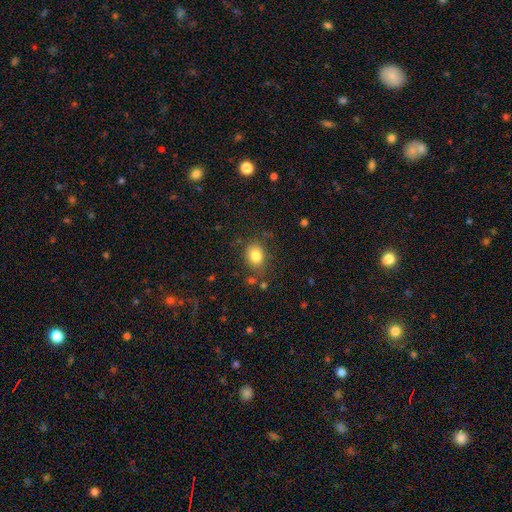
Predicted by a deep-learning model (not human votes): smooth_or_featured: smooth (p=0.82) [alt: star or artifact p=0.10]
how_rounded: in between (p=0.53) [alt: round p=0.47]
merging: none (p=0.79) [alt: minor disturbance p=0.14]